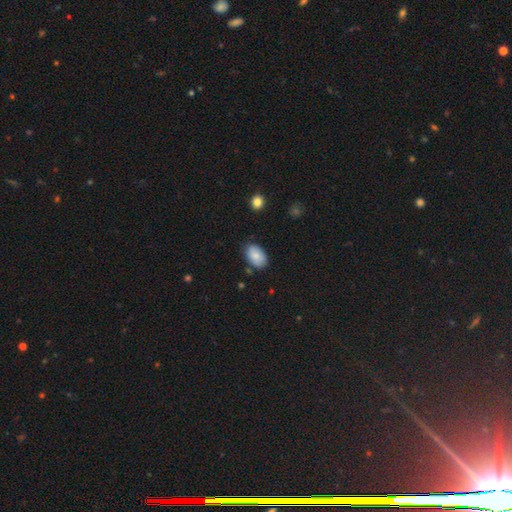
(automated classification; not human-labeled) smooth 84%, featured or disk 9%, star or artifact 7%. Down the decision tree: how rounded — in between (91%); merging — none (79%).